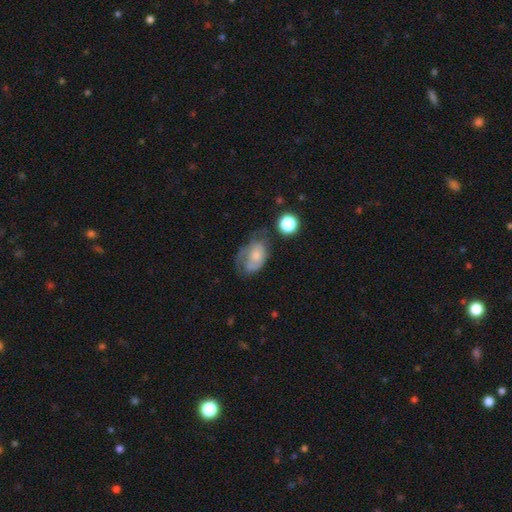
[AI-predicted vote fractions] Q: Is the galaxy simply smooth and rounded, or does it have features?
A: smooth — 47%.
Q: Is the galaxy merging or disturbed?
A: none — 34%.